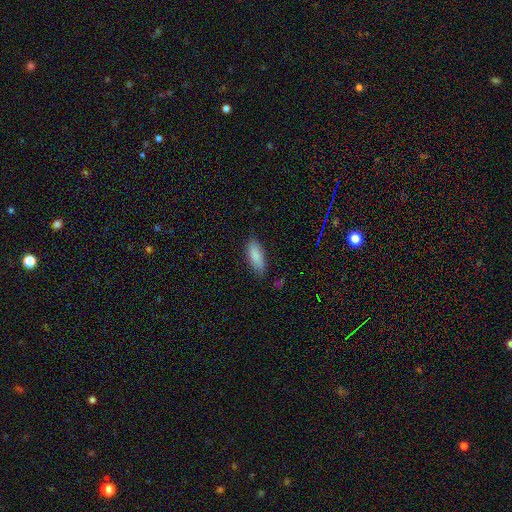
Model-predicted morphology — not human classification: This appears to be a smooth galaxy with no disk features (86%) that is in between round and cigar-shaped (71%). Merging: none (80%).